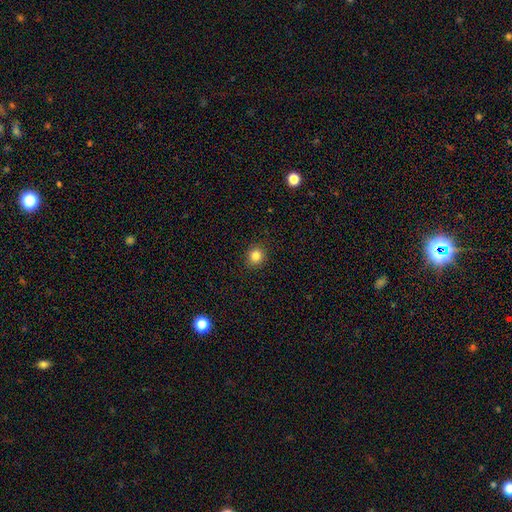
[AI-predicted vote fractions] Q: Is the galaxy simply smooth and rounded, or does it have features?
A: smooth — 83%.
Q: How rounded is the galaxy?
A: round — 88%.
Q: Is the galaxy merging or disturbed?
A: none — 92%.